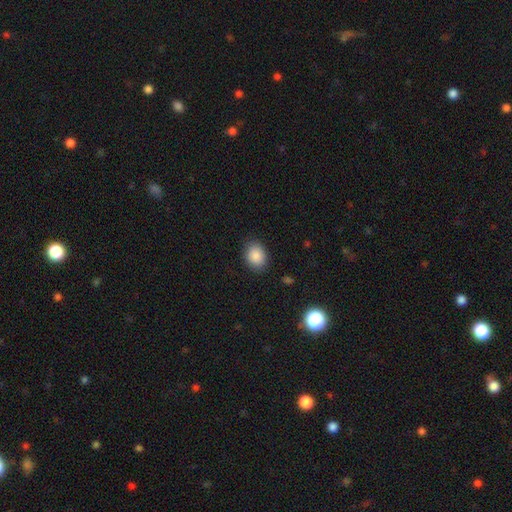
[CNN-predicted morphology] Smooth or featured: smooth — 88% (star or artifact — 8%)
How rounded: in between — 57% (round — 42%)
Merging: none — 86% (minor disturbance — 10%)